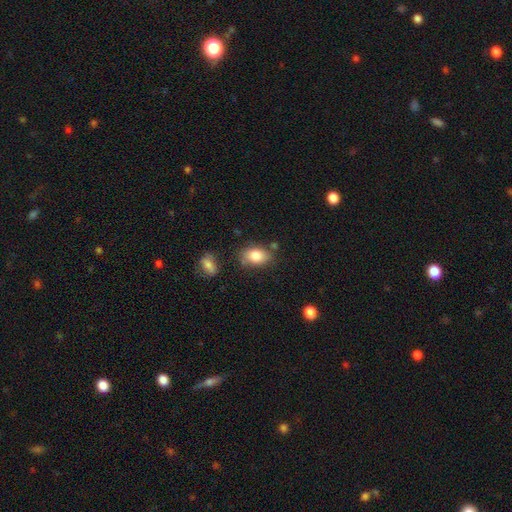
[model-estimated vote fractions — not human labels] Morphology: type=smooth (83%); roundness=in between (83%); merging=none (71%).